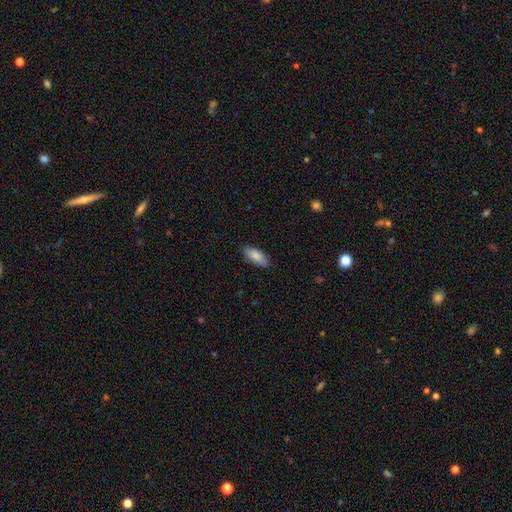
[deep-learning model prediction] smooth 83%, featured or disk 11%, star or artifact 6%. Down the decision tree: how rounded — in between (81%); merging — none (86%).